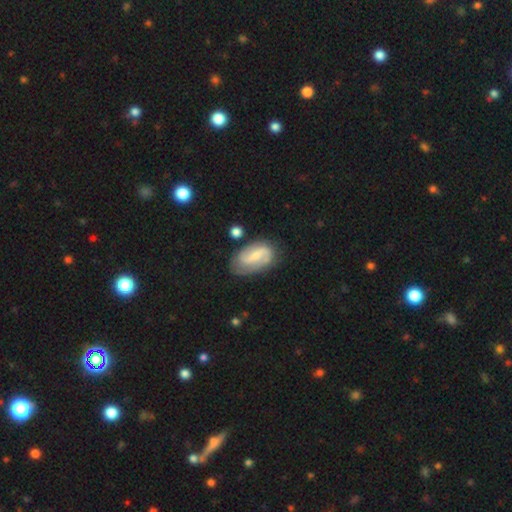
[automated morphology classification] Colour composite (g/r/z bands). It shows a featured or disk galaxy (71%) with a weak bar (48%), 2 (79%) medium (39%, tied with loose) spiral arms (91%) and a small central bulge (57%). Merging: none (69%).